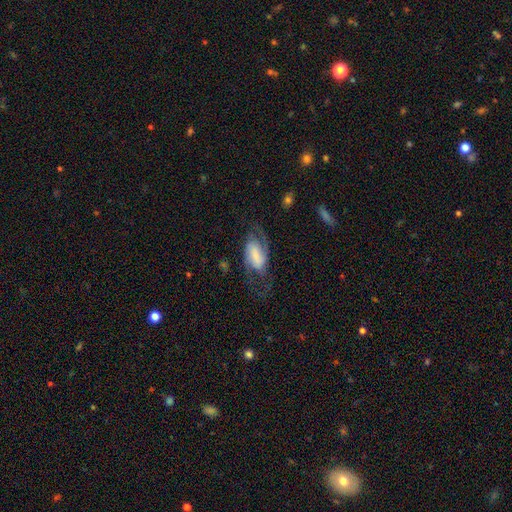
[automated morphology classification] Overall: featured or disk (70%). Edge-on disk: no (96%). Bar: weak (41%; strong 30%). Spiral arms: yes (92%). Spiral arm count: 2 (87%). Spiral winding: medium (47%; loose 35%). Bulge size: small (28%; none 23%). Merging: none (57%; major disturbance 22%).